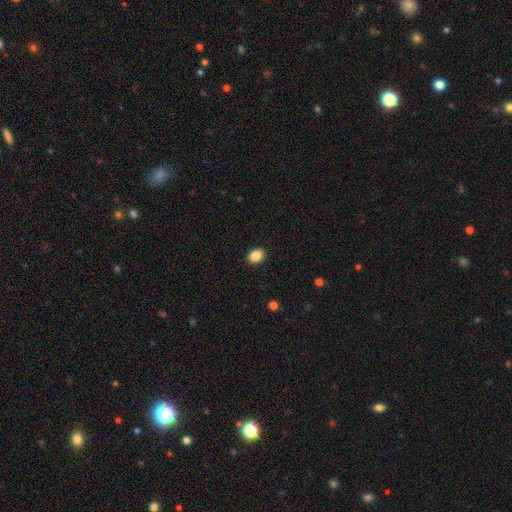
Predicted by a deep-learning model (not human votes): Smooth or featured? Predicted: smooth (p=0.87). How rounded? Predicted: in between (p=0.58). Merging? Predicted: none (p=0.91).